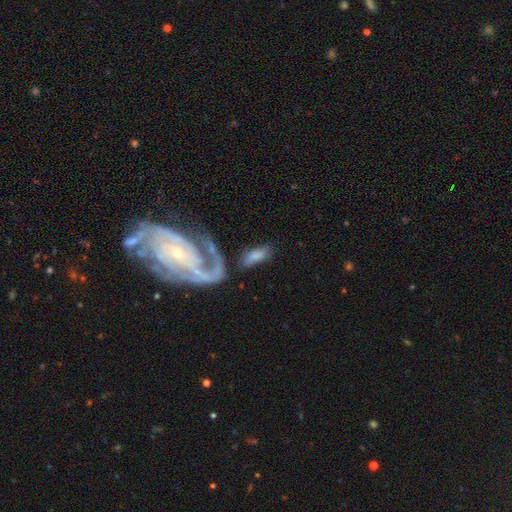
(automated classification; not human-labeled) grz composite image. It shows a smooth galaxy with no disk features (72%) that is in between round and cigar-shaped (79%). Merging: none (53%).